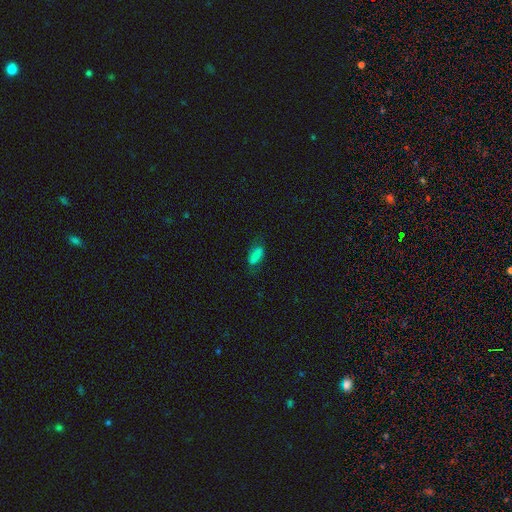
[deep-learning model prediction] smooth 73%, featured or disk 17%, star or artifact 11%. Down the decision tree: how rounded — in between (83%); merging — none (60%).